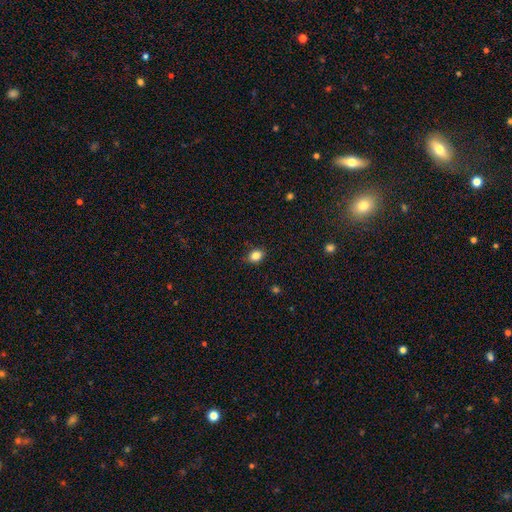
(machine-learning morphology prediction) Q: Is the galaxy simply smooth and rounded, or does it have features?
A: smooth — 84%.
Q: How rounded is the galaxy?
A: in between — 66%.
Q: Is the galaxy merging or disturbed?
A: none — 87%.